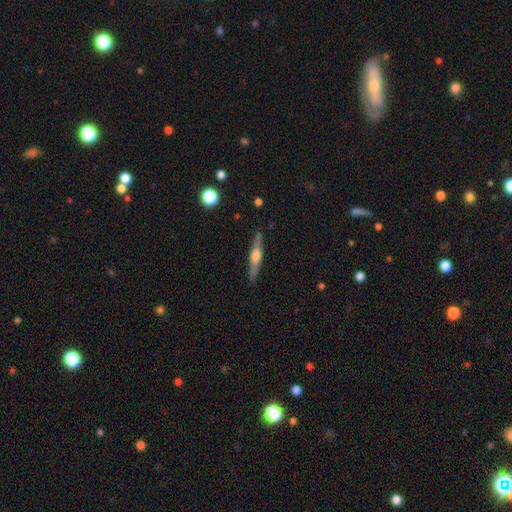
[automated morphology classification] This is likely a featured or disk galaxy (67%). It is clearly viewed edge-on (96%). Edge-on bulge: clearly rounded (85%). Merging: clearly none (88%).